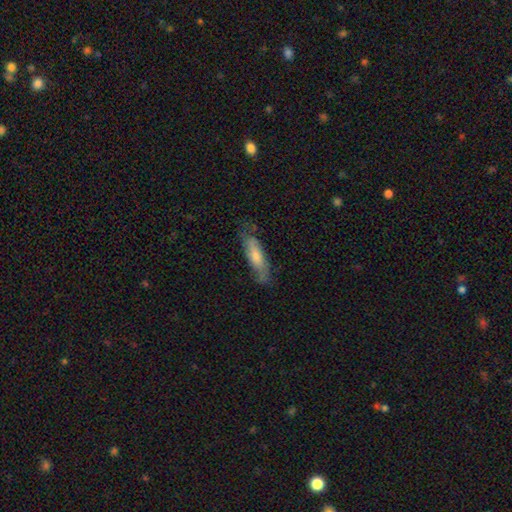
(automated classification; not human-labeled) This appears to be a smooth galaxy with no disk features (50%) that is cigar-shaped (56%). Merging: none (68%).